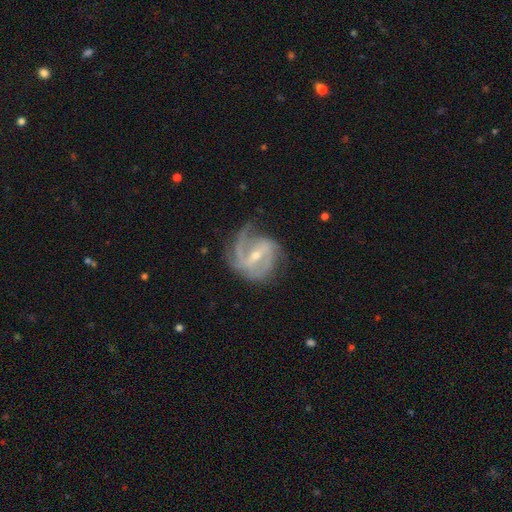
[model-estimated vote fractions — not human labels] A featured or disk galaxy (88%) with a weak bar (44%, tied with strong), 2 (39%) medium (48%) spiral arms (96%) and a small central bulge (51%). Merging: none (61%).